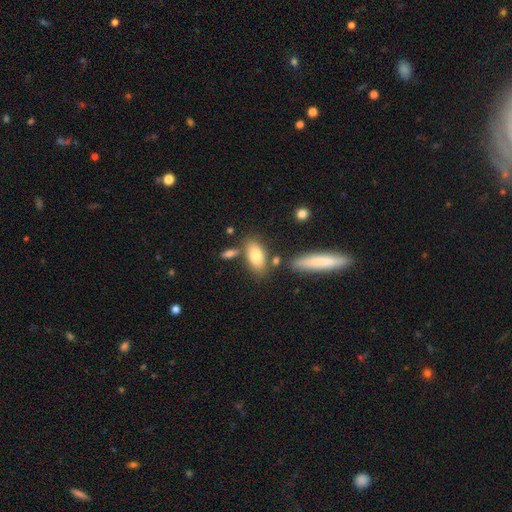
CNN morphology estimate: Smooth or featured? smooth (80%)
How rounded? in between (86%)
Merging? none (67%)